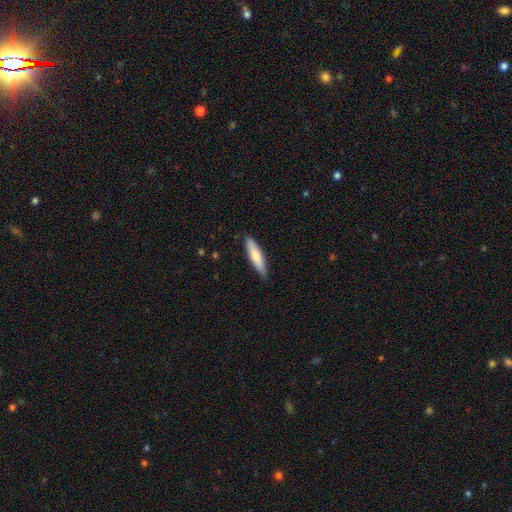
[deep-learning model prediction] Overall: smooth (73%). How rounded: cigar-shaped (77%). Merging: none (83%).